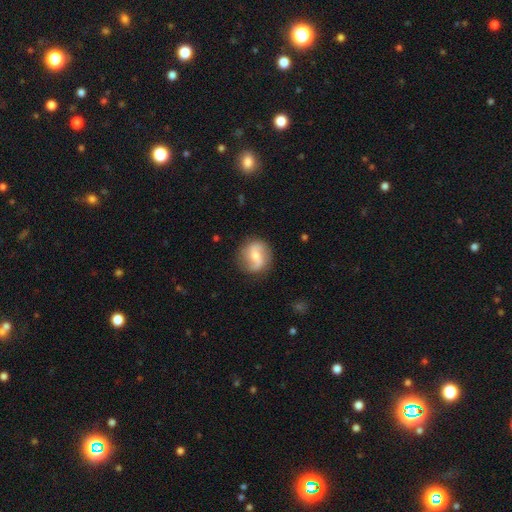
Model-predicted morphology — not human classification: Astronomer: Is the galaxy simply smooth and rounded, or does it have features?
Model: featured or disk — 67%.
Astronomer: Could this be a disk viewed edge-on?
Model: no — 97%.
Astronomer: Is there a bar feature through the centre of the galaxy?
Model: weak — 43% (runner-up: no, 34%).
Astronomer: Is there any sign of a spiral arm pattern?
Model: yes — 89%.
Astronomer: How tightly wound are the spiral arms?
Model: loose — 60%.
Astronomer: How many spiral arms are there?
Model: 2 — 88%.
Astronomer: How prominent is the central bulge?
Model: moderate — 53% (runner-up: small, 41%).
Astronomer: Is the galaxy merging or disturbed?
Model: none — 83%.